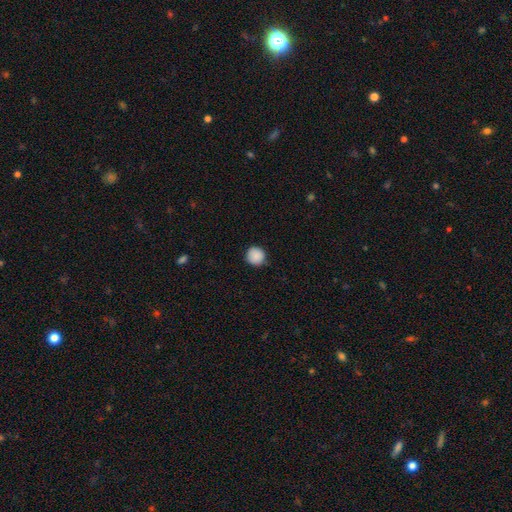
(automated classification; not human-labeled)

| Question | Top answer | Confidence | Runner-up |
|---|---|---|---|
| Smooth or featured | smooth | 89% | star or artifact (8%) |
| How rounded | round | 94% | in between (5%) |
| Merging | none | 88% | minor disturbance (9%) |